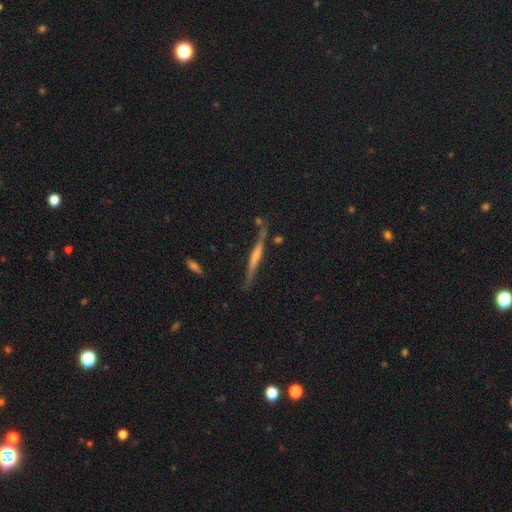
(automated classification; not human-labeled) A featured or disk galaxy (69%) viewed edge-on (94%) with a rounded central bulge (62%).

Vote fractions:
- Smooth or featured? featured or disk: 69% / smooth: 19% / star or artifact: 13%
- Edge-on disk? yes: 94% / no: 6%
- Edge-on bulge? rounded: 62% / none: 25% / boxy: 13%
- Merging? none: 78% / minor disturbance: 14% / merger: 4% / major disturbance: 4%